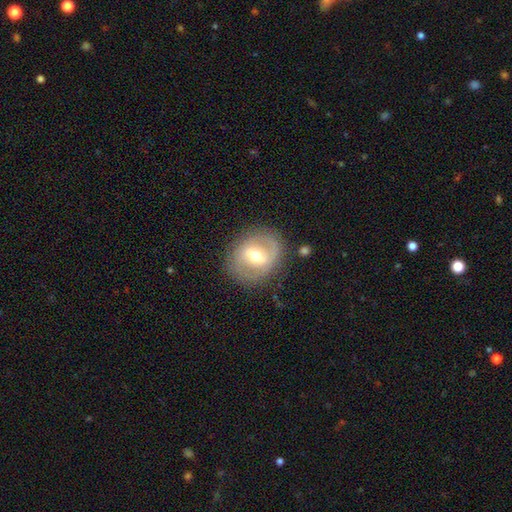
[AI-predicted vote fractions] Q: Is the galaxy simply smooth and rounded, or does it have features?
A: featured or disk — 61%.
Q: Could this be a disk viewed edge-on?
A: no — 95%.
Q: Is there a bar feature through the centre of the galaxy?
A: weak — 48%.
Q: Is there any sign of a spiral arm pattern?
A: yes — 59%.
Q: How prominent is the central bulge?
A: moderate — 71%.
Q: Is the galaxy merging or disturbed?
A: none — 80%.